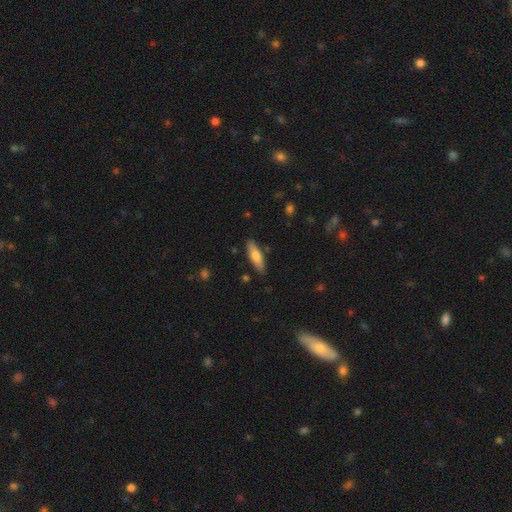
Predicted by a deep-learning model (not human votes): Q: Smooth or featured?
A: smooth (68%); runner-up: featured or disk (26%)
Q: How rounded?
A: cigar-shaped (59%); runner-up: in between (39%)
Q: Merging?
A: none (85%); runner-up: minor disturbance (11%)